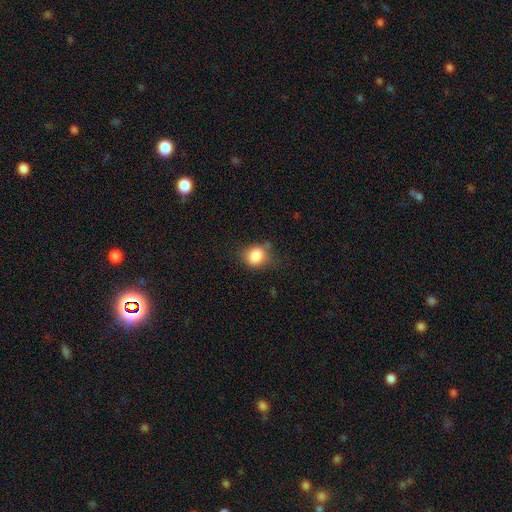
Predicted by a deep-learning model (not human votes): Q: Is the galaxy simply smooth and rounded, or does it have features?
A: smooth — 84%.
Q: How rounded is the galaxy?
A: round — 62%.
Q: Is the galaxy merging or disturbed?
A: none — 63%.